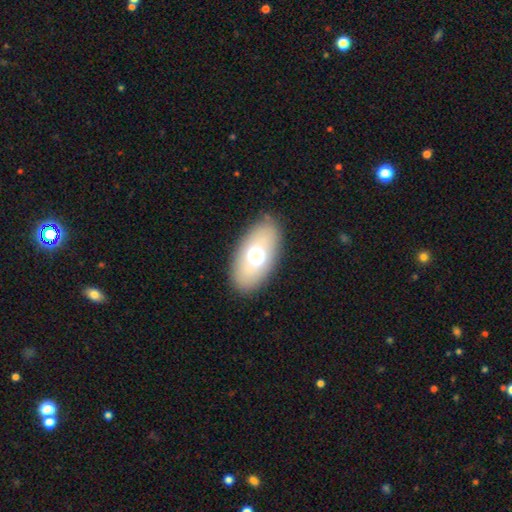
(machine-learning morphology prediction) type=smooth (61%); roundness=in between (89%); merging=none (83%).